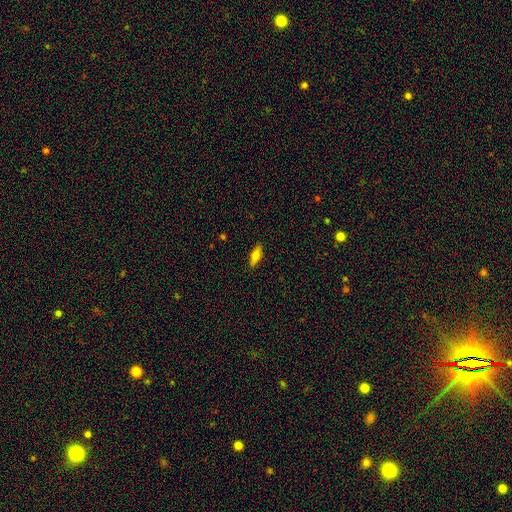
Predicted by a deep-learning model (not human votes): This appears to be a smooth galaxy with no disk features (67%) that is in between round and cigar-shaped (63%). Merging: none (88%).